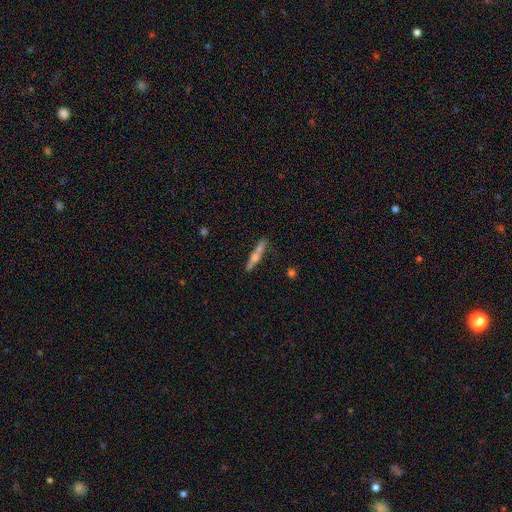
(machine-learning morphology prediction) This appears to be a featured or disk galaxy (52%) viewed edge-on (92%). Merging: none (71%).